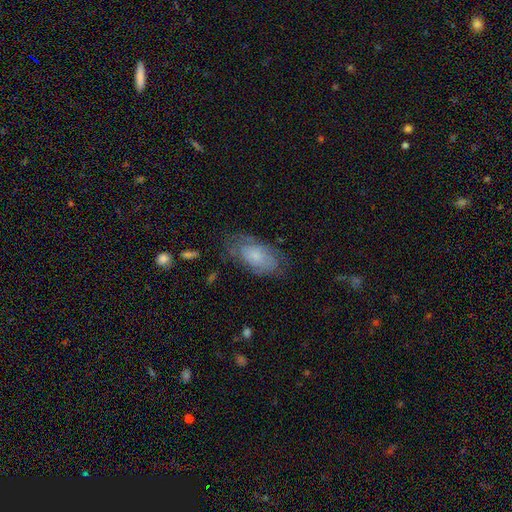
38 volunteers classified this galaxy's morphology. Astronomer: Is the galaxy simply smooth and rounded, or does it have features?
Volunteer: smooth — 79%.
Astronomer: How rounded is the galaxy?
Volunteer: in between — 97%.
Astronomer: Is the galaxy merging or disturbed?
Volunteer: none — 74%.